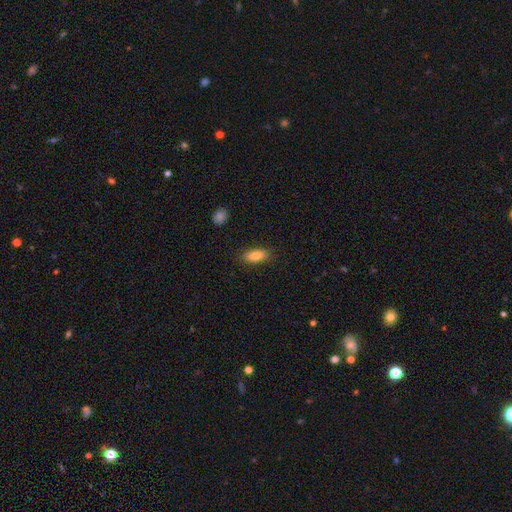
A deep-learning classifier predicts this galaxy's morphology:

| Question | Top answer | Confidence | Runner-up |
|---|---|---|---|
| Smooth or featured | smooth | 85% | featured or disk (7%) |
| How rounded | in between | 81% | cigar-shaped (16%) |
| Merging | none | 86% | minor disturbance (10%) |